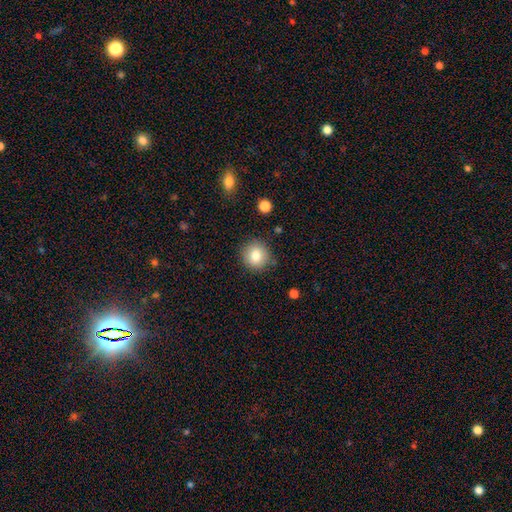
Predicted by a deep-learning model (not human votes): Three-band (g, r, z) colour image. It shows a smooth galaxy with no disk features (80%) that is round (91%). Merging: none (86%).